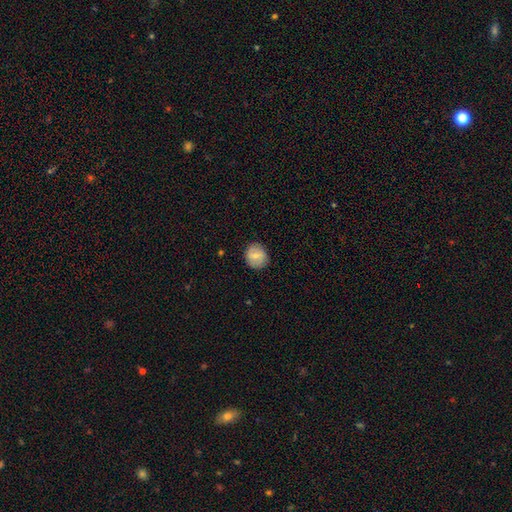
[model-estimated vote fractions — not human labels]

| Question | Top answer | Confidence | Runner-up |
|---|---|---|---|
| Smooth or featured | smooth | 64% | featured or disk (29%) |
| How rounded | round | 77% | in between (22%) |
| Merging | none | 84% | minor disturbance (12%) |